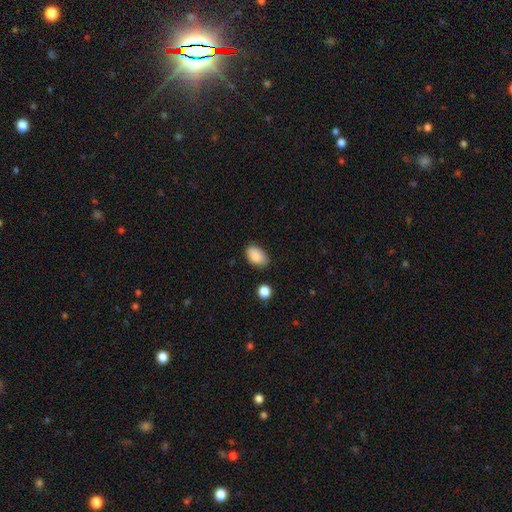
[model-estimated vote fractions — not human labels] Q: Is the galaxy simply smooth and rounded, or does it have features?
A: smooth — 88%.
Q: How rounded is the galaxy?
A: in between — 91%.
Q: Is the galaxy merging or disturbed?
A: none — 77%.